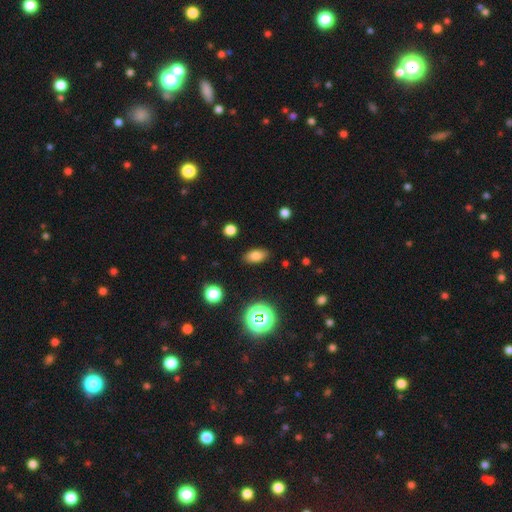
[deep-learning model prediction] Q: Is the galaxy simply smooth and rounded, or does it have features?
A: smooth — 78%.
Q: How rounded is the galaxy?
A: in between — 88%.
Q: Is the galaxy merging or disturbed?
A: none — 88%.